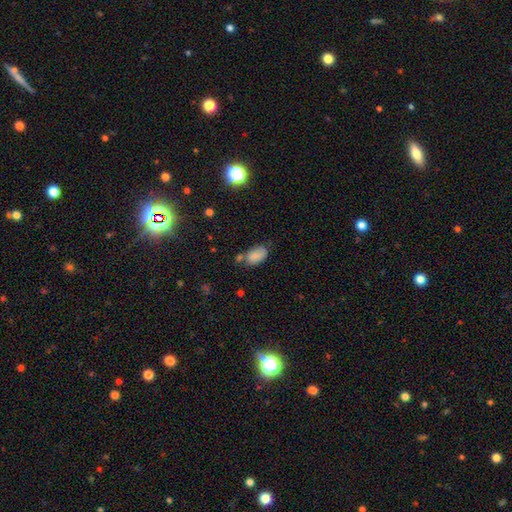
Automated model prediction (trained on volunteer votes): The model was most divided on "merging": none: 55%, minor disturbance: 24%, merger: 15%, major disturbance: 6%. More confident: how rounded — in between (92%); smooth or featured — smooth (82%).